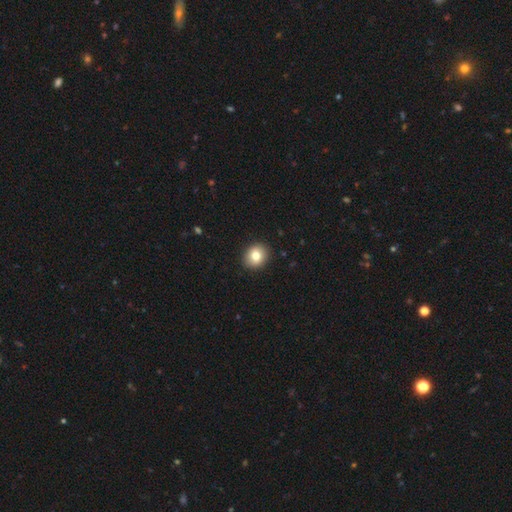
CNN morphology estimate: Smooth or featured? smooth (80%)
How rounded? round (73%)
Merging? none (91%)